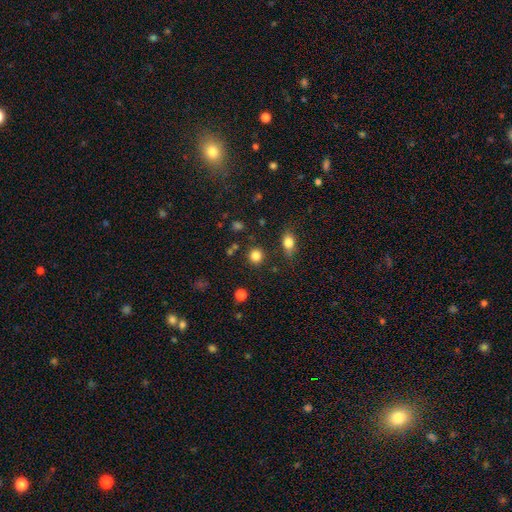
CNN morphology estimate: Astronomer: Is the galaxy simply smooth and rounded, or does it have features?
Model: smooth — 84%.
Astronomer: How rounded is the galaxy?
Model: round — 89%.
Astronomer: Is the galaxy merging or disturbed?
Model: none — 86%.